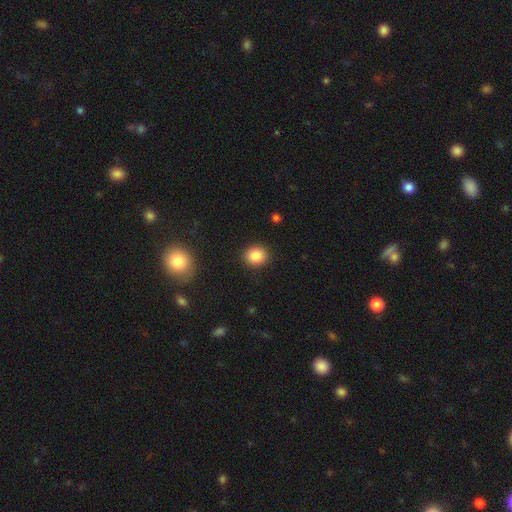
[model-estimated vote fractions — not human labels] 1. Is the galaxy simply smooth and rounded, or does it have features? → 86% smooth, 10% star or artifact, 4% featured or disk.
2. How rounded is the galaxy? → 75% round, 24% in between, 1% cigar-shaped.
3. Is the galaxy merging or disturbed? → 90% none, 7% minor disturbance, 2% major disturbance, 1% merger.